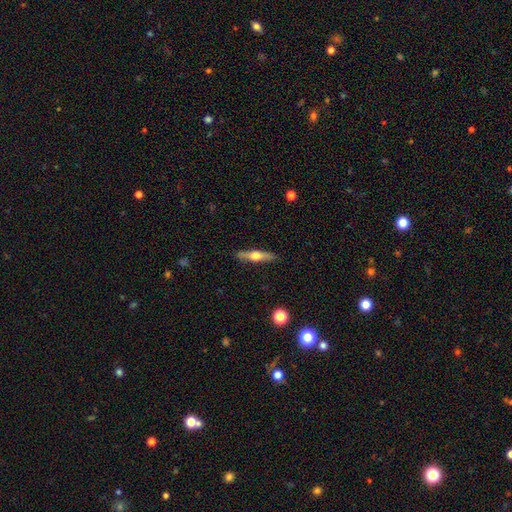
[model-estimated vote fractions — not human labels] featured or disk 55%, smooth 39%, star or artifact 6%. Down the decision tree: edge-on disk — yes (94%); edge-on bulge — rounded (94%); merging — none (89%).